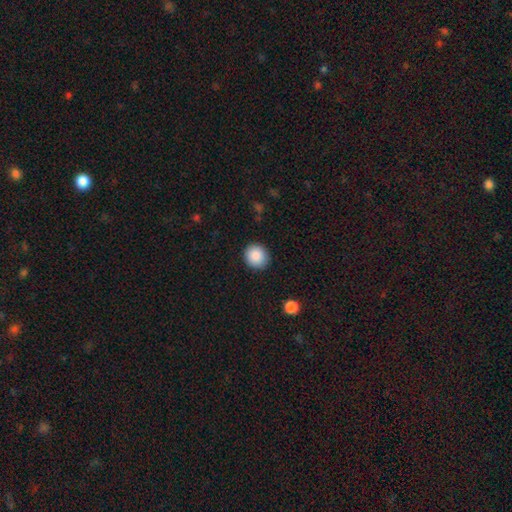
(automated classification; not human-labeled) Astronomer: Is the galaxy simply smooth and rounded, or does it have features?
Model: smooth — 89%.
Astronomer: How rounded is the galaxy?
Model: round — 90%.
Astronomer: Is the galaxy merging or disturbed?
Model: none — 90%.